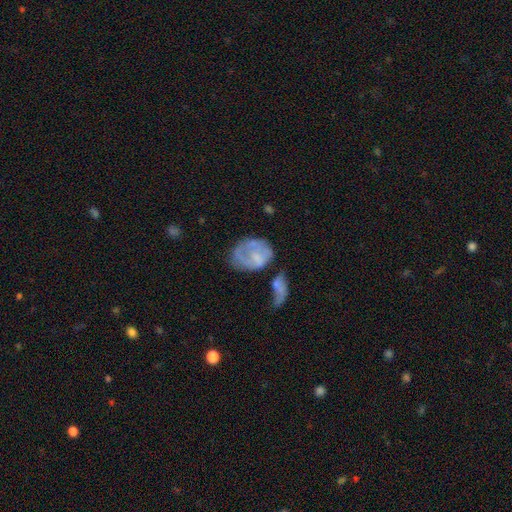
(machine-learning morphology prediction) A smooth galaxy with no disk features (47%).

Vote fractions:
- Smooth or featured? smooth: 47% / featured or disk: 45% / star or artifact: 9%
- Merging? none: 32% / major disturbance: 26% / minor disturbance: 24% / merger: 19%